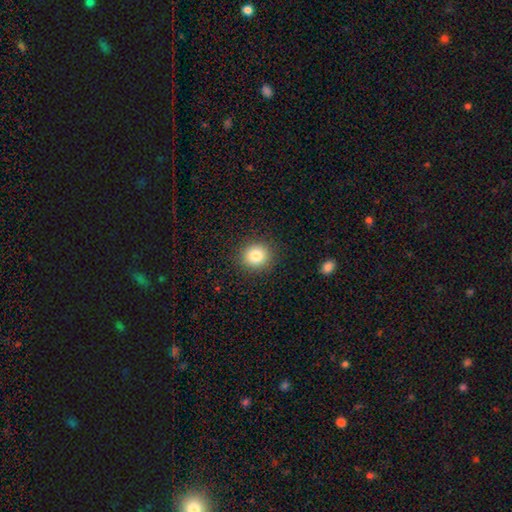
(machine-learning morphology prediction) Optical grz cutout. It shows a smooth galaxy with no disk features (83%) that is round (88%). Merging: none (90%).